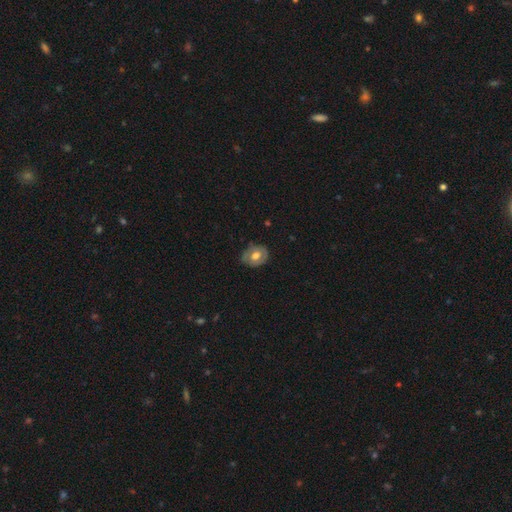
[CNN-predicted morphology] smooth 50%, featured or disk 42%, star or artifact 7%. Down the decision tree: how rounded — in between (50%); merging — none (70%).